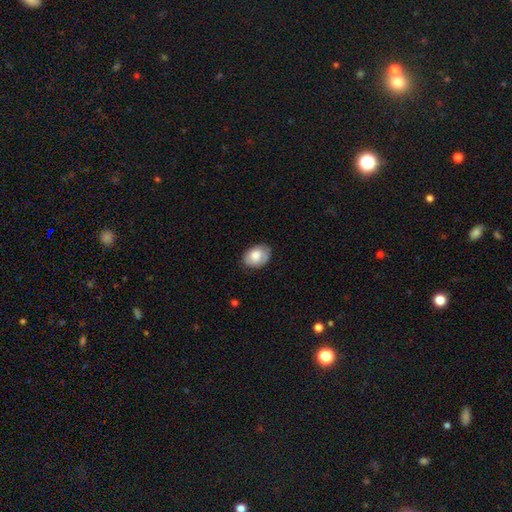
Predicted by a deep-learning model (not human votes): Q: Smooth or featured?
A: smooth (78%); runner-up: featured or disk (15%)
Q: How rounded?
A: in between (77%); runner-up: round (22%)
Q: Merging?
A: none (74%); runner-up: minor disturbance (21%)